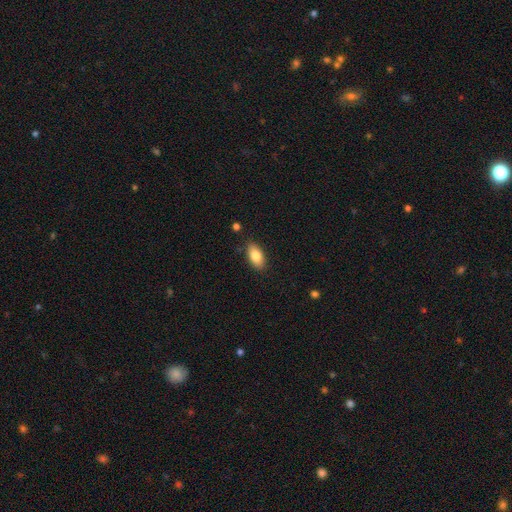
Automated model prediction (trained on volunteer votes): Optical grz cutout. It shows a smooth galaxy with no disk features (82%) that is in between round and cigar-shaped (91%). Merging: none (86%).